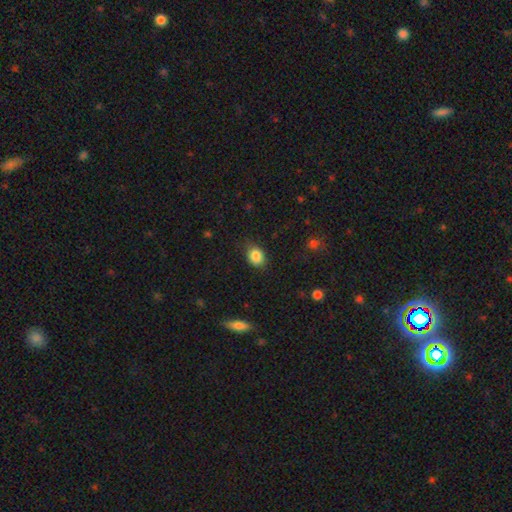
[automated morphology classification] Smooth or featured?
  - smooth: 86% *
  - star or artifact: 9%
  - featured or disk: 5%
How rounded?
  - in between: 62% *
  - round: 36%
  - cigar-shaped: 1%
Merging?
  - none: 77% *
  - minor disturbance: 18%
  - major disturbance: 4%
  - merger: 1%